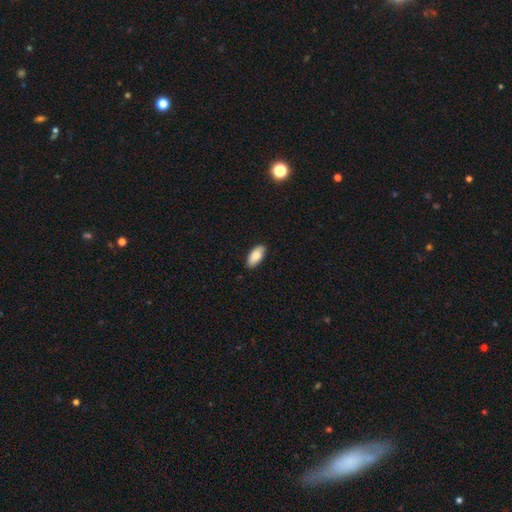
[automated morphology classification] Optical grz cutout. It shows a smooth galaxy with no disk features (84%) that is in between round and cigar-shaped (91%). Merging: none (86%).